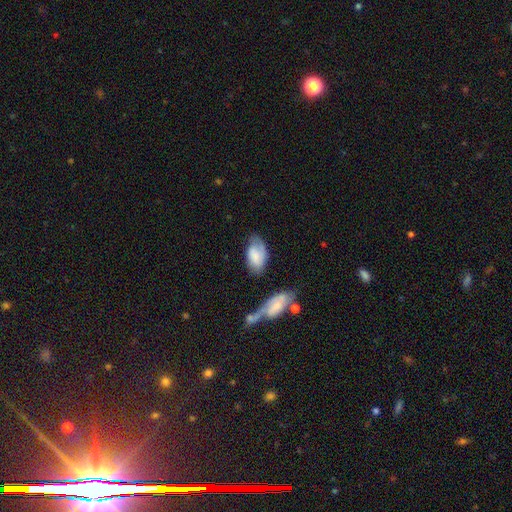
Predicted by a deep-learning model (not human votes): smooth 58%, featured or disk 34%, star or artifact 7%. Down the decision tree: how rounded — in between (92%); merging — none (51%).